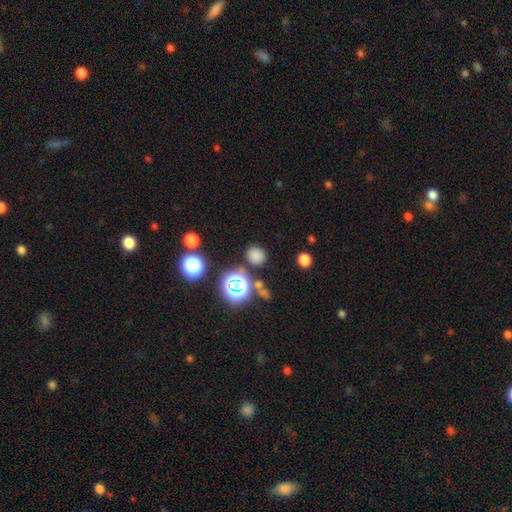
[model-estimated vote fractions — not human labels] A smooth galaxy with no disk features (71%) that is round (81%). Merging: none (81%).